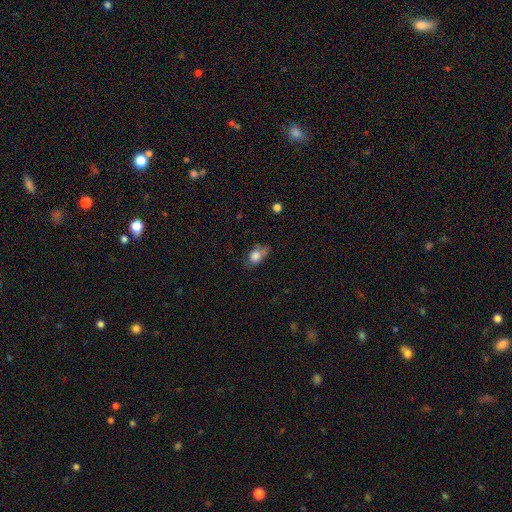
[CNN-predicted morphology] This is likely a smooth galaxy (76%). How rounded: likely in between (69%). Merging: marginally none (42%).